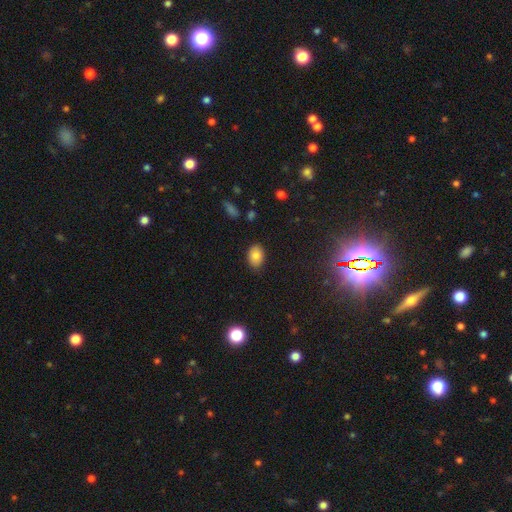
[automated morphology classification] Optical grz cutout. It shows a smooth galaxy with no disk features (83%) that is in between round and cigar-shaped (81%). Merging: none (83%).